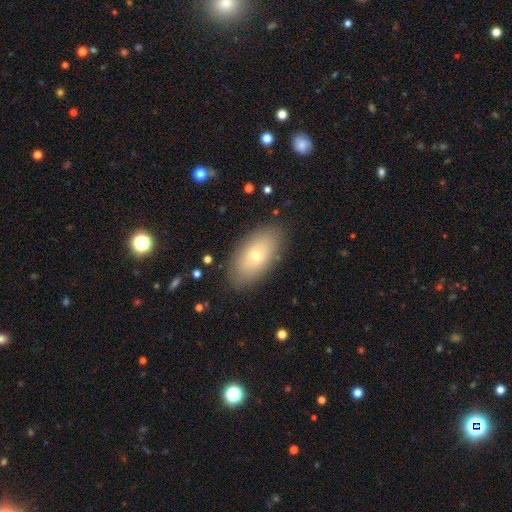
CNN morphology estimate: This appears to be a smooth galaxy with no disk features (65%) that is in between round and cigar-shaped (91%). Merging: none (85%).